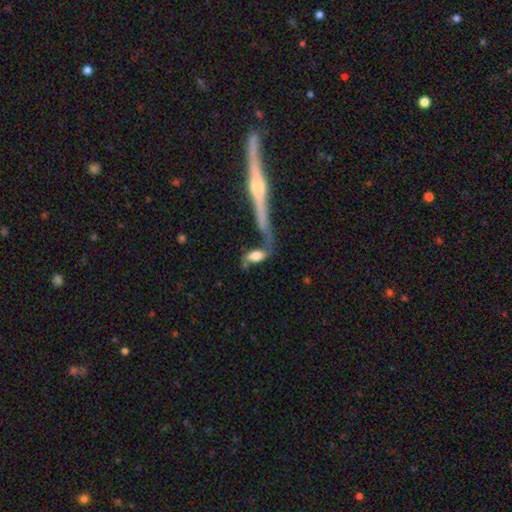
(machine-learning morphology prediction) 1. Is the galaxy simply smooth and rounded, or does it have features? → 49% smooth, 43% featured or disk, 8% star or artifact.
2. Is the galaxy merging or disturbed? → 34% merger, 32% none, 18% major disturbance, 16% minor disturbance.